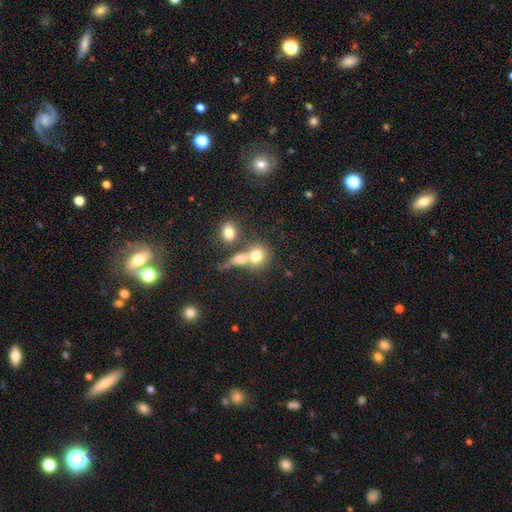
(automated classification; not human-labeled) A smooth galaxy with no disk features (75%) that is round (65%).

Vote fractions:
- Smooth or featured? smooth: 75% / featured or disk: 14% / star or artifact: 11%
- How rounded? round: 65% / in between: 33% / cigar-shaped: 2%
- Merging? merger: 54% / none: 33% / minor disturbance: 8% / major disturbance: 5%